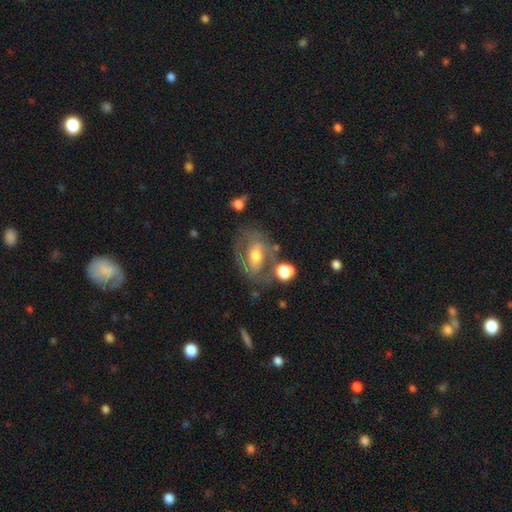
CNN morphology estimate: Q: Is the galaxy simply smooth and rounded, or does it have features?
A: featured or disk — 70%.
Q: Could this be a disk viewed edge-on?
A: no — 94%.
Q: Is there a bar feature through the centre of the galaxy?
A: no — 40%.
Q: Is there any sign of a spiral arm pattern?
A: yes — 65%.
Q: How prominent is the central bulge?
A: moderate — 62%.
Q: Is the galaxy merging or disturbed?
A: none — 60%.